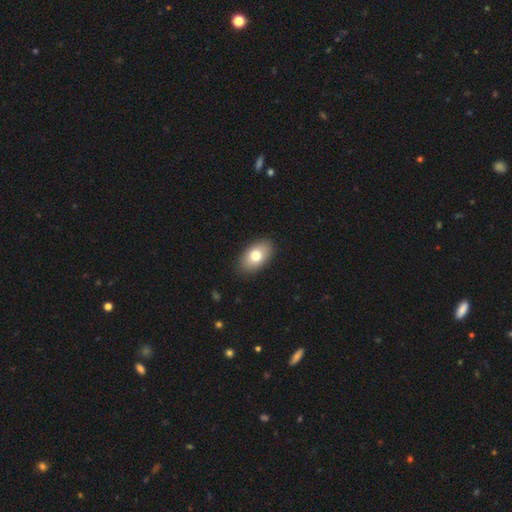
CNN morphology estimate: type=smooth (78%); roundness=in between (91%); merging=none (88%).